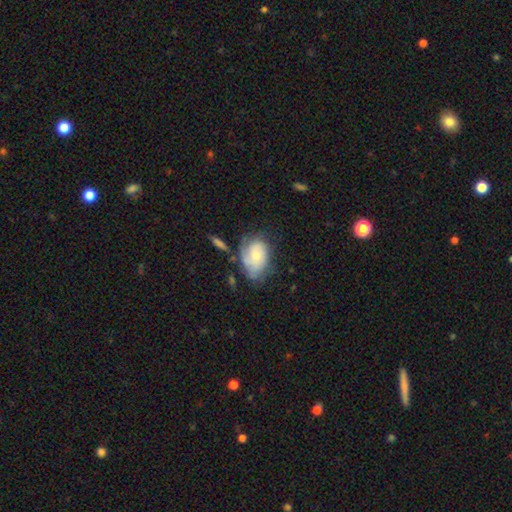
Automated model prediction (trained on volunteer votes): Smooth or featured? smooth (51%)
How rounded? in between (79%)
Merging? none (47%)